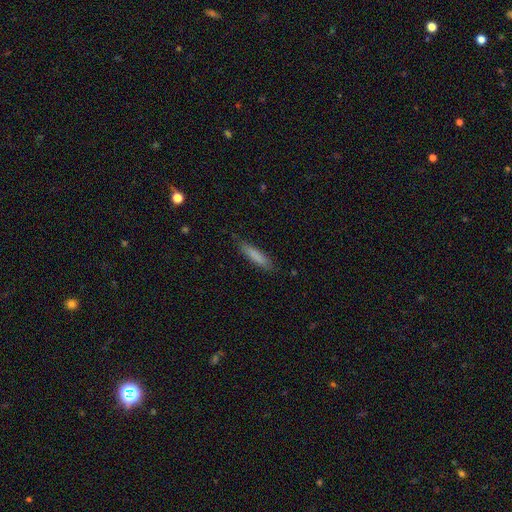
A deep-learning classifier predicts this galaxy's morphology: A smooth galaxy with no disk features (80%) that is cigar-shaped (85%).

Vote fractions:
- Smooth or featured? smooth: 80% / featured or disk: 13% / star or artifact: 6%
- How rounded? cigar-shaped: 85% / in between: 14% / round: 1%
- Merging? none: 81% / minor disturbance: 15% / major disturbance: 3% / merger: 1%